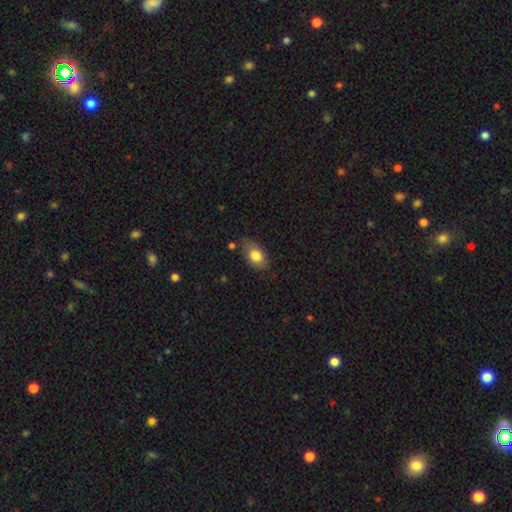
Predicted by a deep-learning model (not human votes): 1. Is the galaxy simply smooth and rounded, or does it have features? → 79% smooth, 13% featured or disk, 7% star or artifact.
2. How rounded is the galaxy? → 87% in between, 11% round, 3% cigar-shaped.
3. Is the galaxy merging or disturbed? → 67% none, 24% minor disturbance, 6% major disturbance, 3% merger.